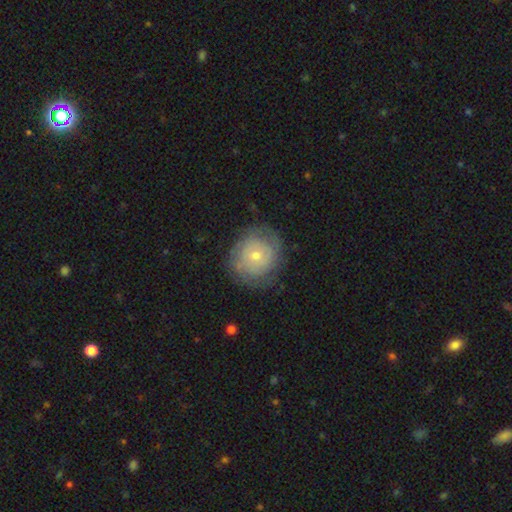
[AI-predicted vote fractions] Q: Smooth or featured?
A: featured or disk (56%); runner-up: smooth (36%)
Q: Edge-on disk?
A: no (97%); runner-up: yes (3%)
Q: Bar?
A: no (83%); runner-up: weak (14%)
Q: Spiral arms?
A: yes (71%); runner-up: no (29%)
Q: Bulge size?
A: small (54%); runner-up: moderate (42%)
Q: Merging?
A: none (76%); runner-up: minor disturbance (16%)